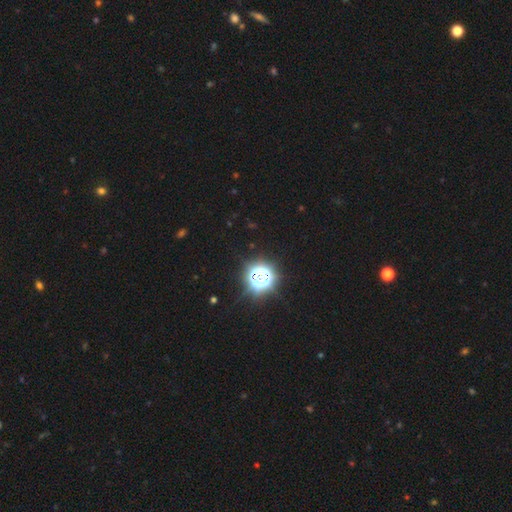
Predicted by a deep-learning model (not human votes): Smooth or featured?
  - star or artifact: 82% *
  - smooth: 13%
  - featured or disk: 5%